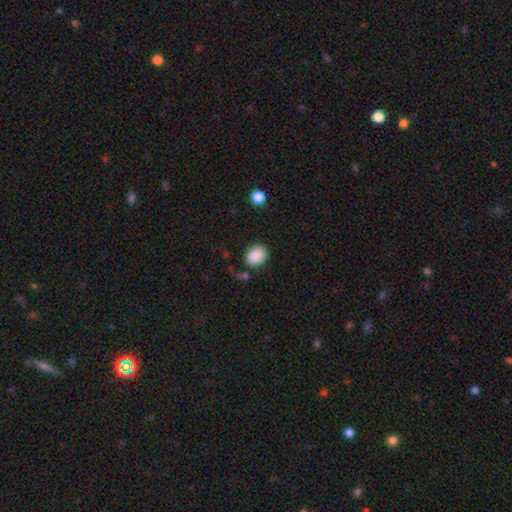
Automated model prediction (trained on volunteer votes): Morphology: type=smooth (88%); roundness=round (51%); merging=none (76%).